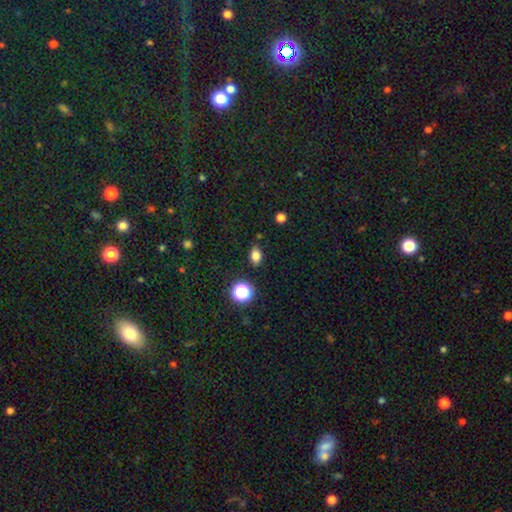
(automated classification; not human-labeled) The model was most divided on "how rounded": in between: 70%, round: 28%, cigar-shaped: 1%. More confident: merging — none (83%); smooth or featured — smooth (81%).